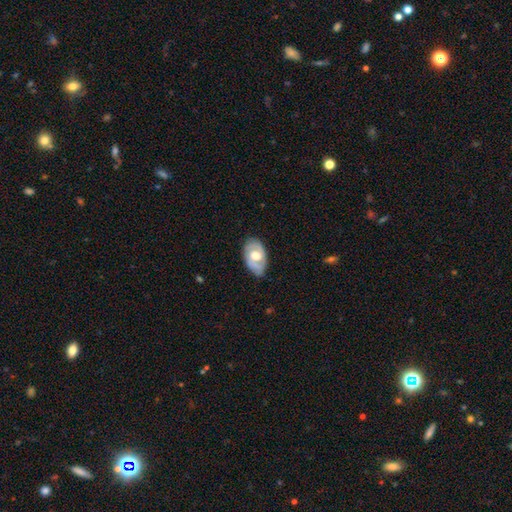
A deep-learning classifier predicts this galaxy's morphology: The model was most divided on "bar": no: 58%, weak: 34%, strong: 9%. More confident: edge-on disk — no (93%); merging — none (74%); bulge size — moderate (70%); spiral arms — yes (66%); smooth or featured — featured or disk (63%).